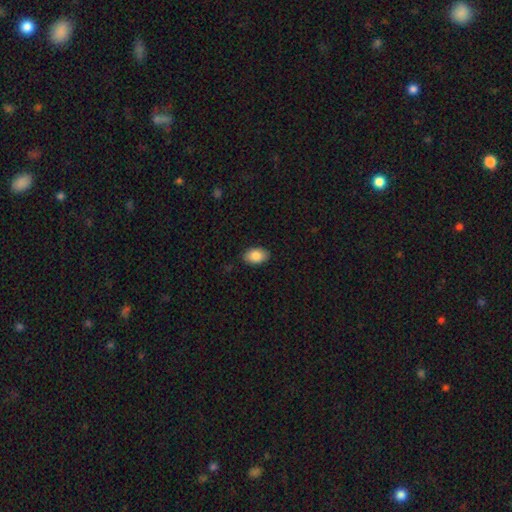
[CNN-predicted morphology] type=smooth (88%); roundness=in between (90%); merging=none (87%).